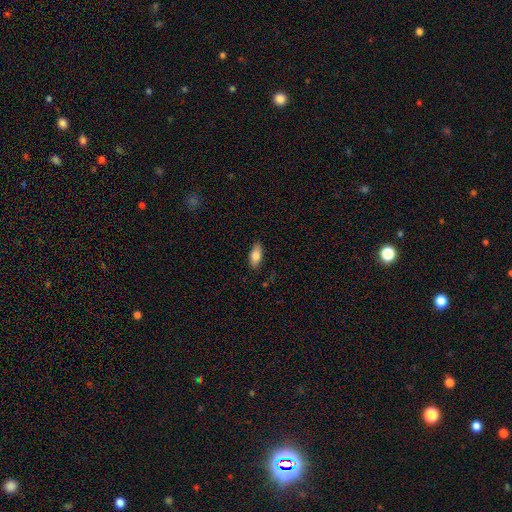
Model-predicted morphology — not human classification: Overall: smooth (79%). How rounded: in between (85%). Merging: none (86%).